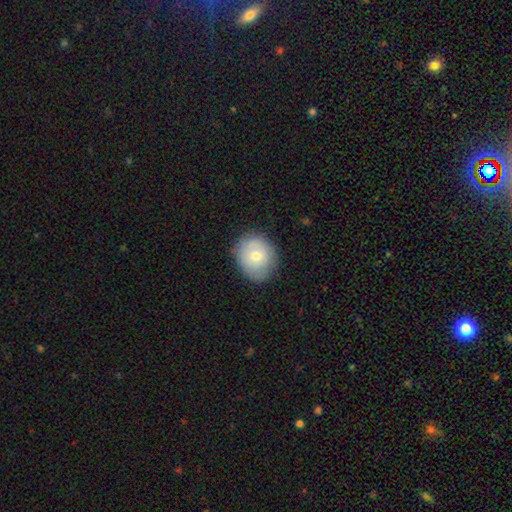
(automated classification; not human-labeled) This appears to be a smooth galaxy with no disk features (67%) that is round (69%). Merging: none (78%).